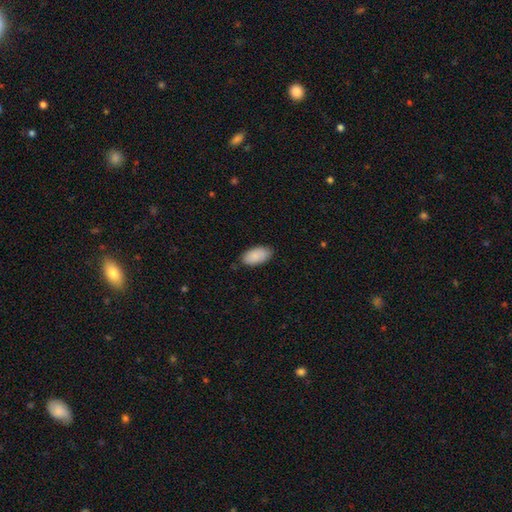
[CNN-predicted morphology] Smooth or featured? smooth (90%)
How rounded? in between (95%)
Merging? none (82%)